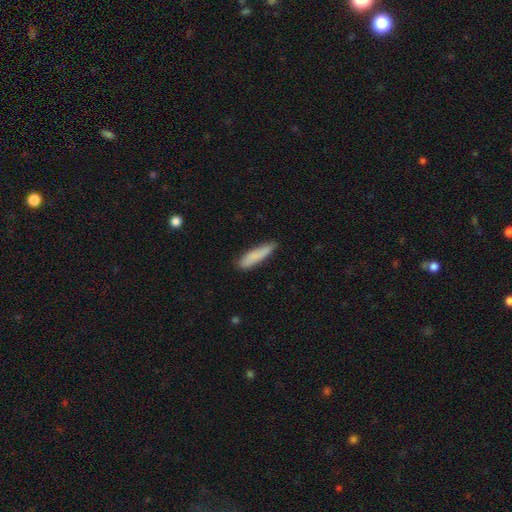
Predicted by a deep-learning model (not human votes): Overall: smooth (84%). How rounded: cigar-shaped (80%). Merging: none (79%).